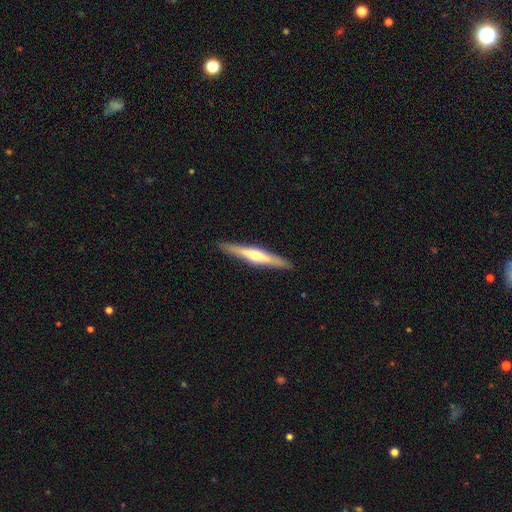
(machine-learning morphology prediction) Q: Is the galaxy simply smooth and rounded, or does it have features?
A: featured or disk — 65%.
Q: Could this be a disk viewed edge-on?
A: yes — 95%.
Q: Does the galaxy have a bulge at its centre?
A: rounded — 87%.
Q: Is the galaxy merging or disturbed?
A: none — 91%.